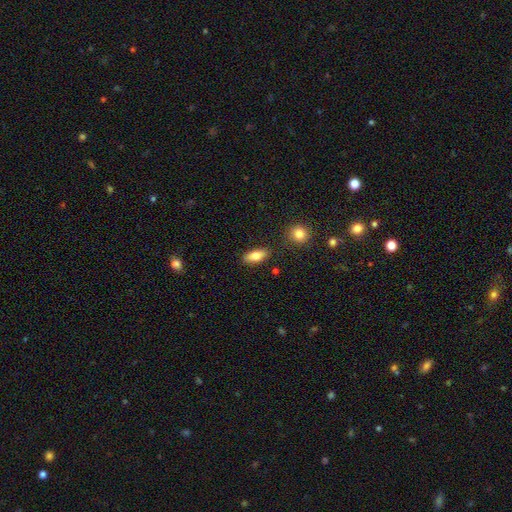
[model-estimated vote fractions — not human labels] smooth-or-featured: smooth: 81% | featured or disk: 12% | star or artifact: 7%
  how-rounded: in between: 84% | cigar-shaped: 13% | round: 3%
  merging: none: 84% | minor disturbance: 11% | merger: 3% | major disturbance: 2%